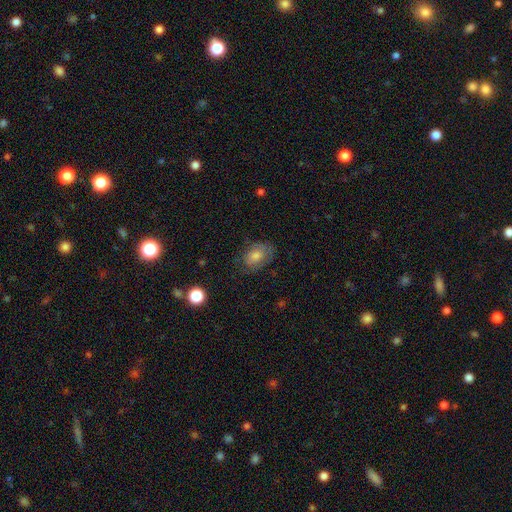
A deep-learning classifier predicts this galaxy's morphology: Smooth or featured? smooth (61%)
How rounded? in between (75%)
Merging? none (69%)